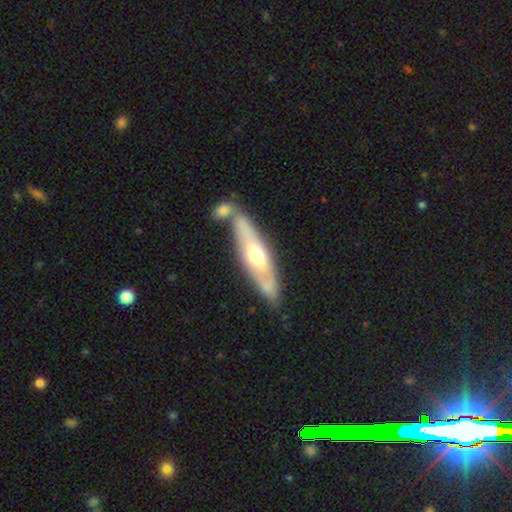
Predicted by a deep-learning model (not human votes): Smooth or featured? featured or disk (61%)
Edge-on disk? yes (55%)
Merging? none (58%)